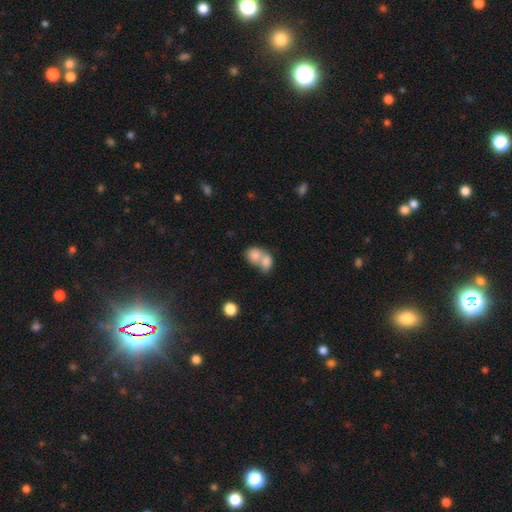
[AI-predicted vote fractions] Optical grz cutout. It shows a smooth galaxy with no disk features (79%) that is in between round and cigar-shaped (57%). Merging: merger (75%).